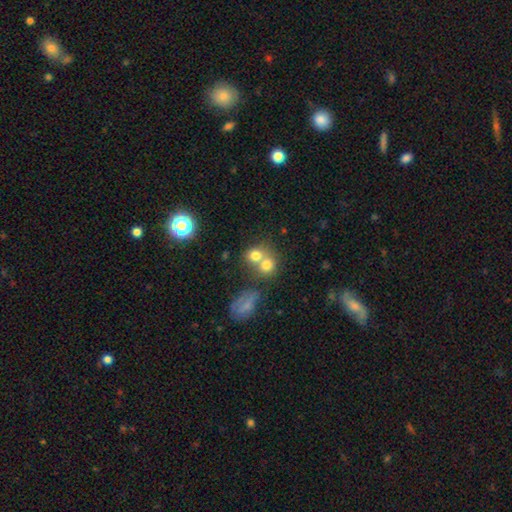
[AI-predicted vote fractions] Smooth or featured: smooth — 72% (featured or disk — 15%)
How rounded: round — 71% (in between — 28%)
Merging: merger — 55% (none — 34%)